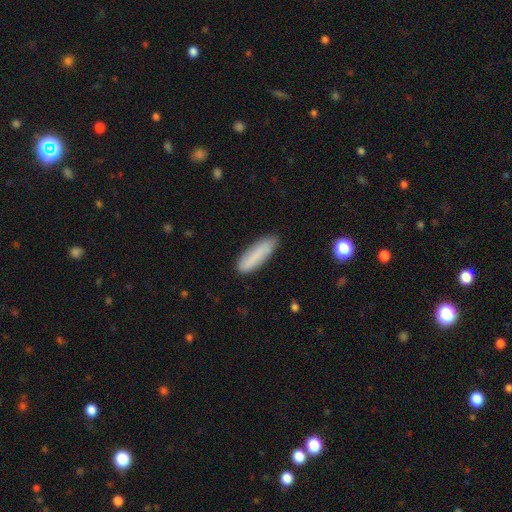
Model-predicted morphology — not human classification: Smooth or featured? Predicted: smooth (p=0.81). How rounded? Predicted: cigar-shaped (p=0.66). Merging? Predicted: none (p=0.82).